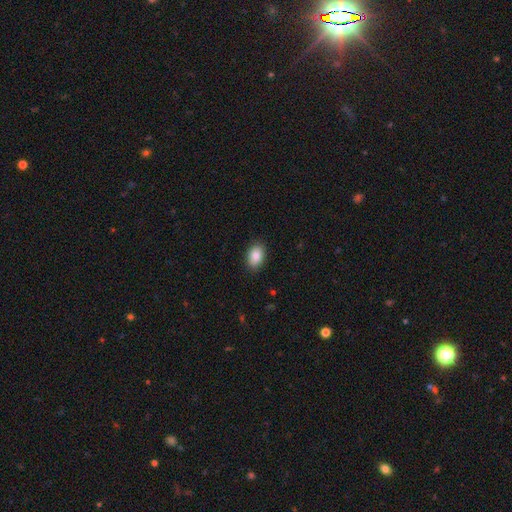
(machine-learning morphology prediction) The model was most divided on "how rounded": in between: 87%, round: 12%, cigar-shaped: 1%. More confident: merging — none (89%); smooth or featured — smooth (86%).